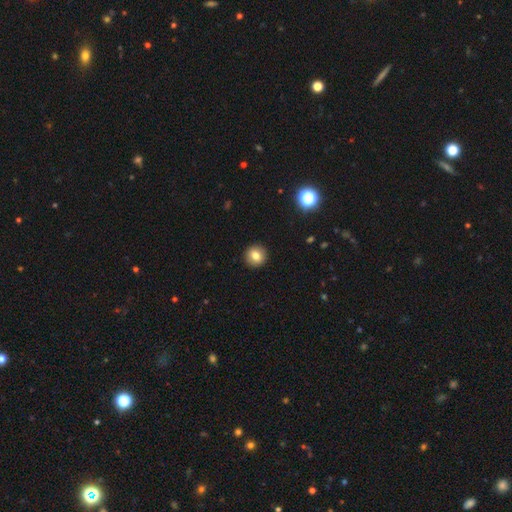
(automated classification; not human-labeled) Q: Smooth or featured?
A: smooth (79%); runner-up: featured or disk (10%)
Q: How rounded?
A: round (92%); runner-up: in between (7%)
Q: Merging?
A: none (93%); runner-up: minor disturbance (5%)